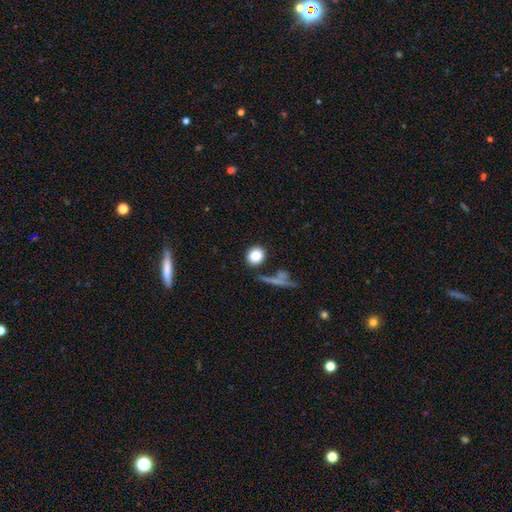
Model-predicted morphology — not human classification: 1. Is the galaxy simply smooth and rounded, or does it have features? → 83% smooth, 10% star or artifact, 7% featured or disk.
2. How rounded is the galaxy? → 80% round, 18% in between, 2% cigar-shaped.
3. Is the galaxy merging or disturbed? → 77% none, 11% minor disturbance, 7% merger, 5% major disturbance.